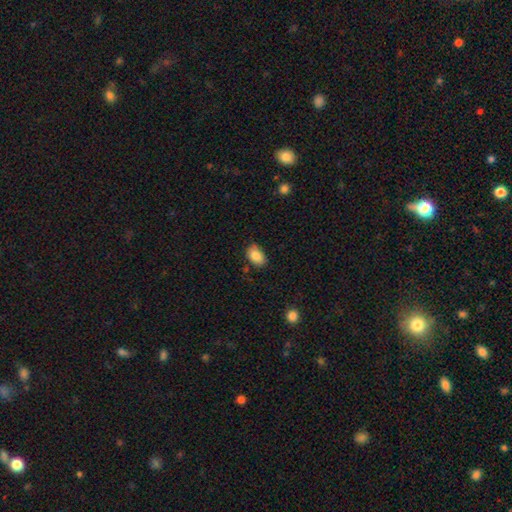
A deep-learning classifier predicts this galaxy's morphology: Q: Smooth or featured?
A: smooth (86%); runner-up: star or artifact (8%)
Q: How rounded?
A: in between (85%); runner-up: round (13%)
Q: Merging?
A: none (69%); runner-up: minor disturbance (25%)